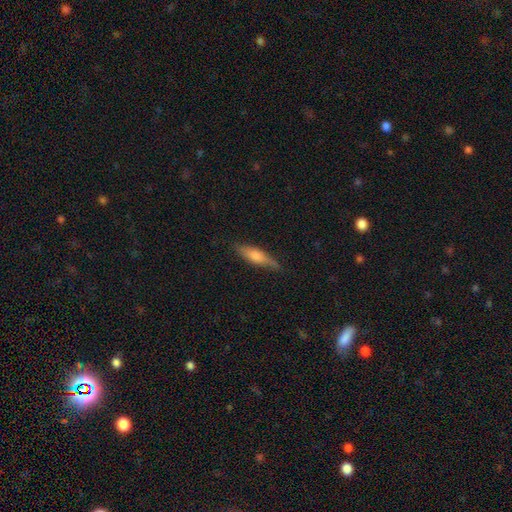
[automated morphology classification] Smooth or featured? Predicted: featured or disk (p=0.49). Merging? Predicted: none (p=0.79).